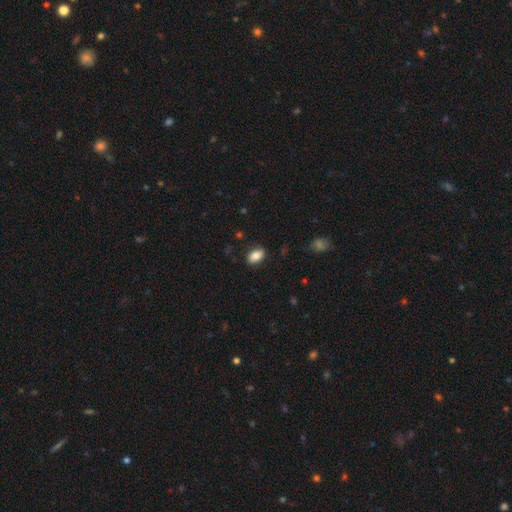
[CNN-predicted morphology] Smooth or featured? Predicted: smooth (p=0.84). How rounded? Predicted: in between (p=0.89). Merging? Predicted: none (p=0.86).